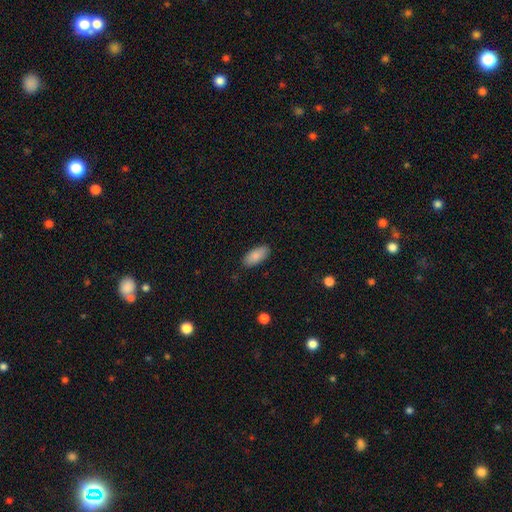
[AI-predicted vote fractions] This appears to be a smooth galaxy with no disk features (85%) that is in between round and cigar-shaped (91%). Merging: none (88%).